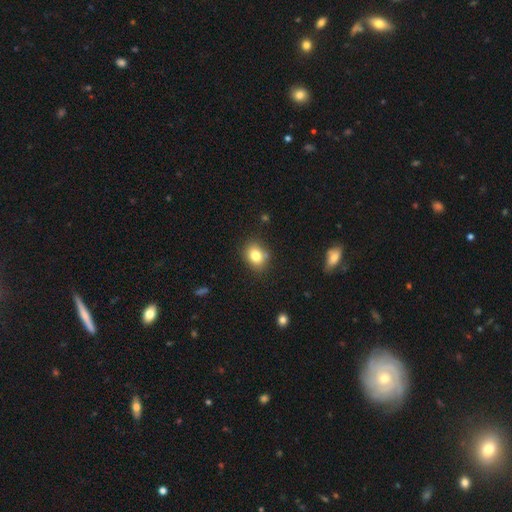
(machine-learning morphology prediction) A smooth galaxy with no disk features (80%) that is in between round and cigar-shaped (53%).

Vote fractions:
- Smooth or featured? smooth: 80% / star or artifact: 11% / featured or disk: 9%
- How rounded? in between: 53% / round: 46% / cigar-shaped: 1%
- Merging? none: 80% / minor disturbance: 13% / merger: 4% / major disturbance: 3%